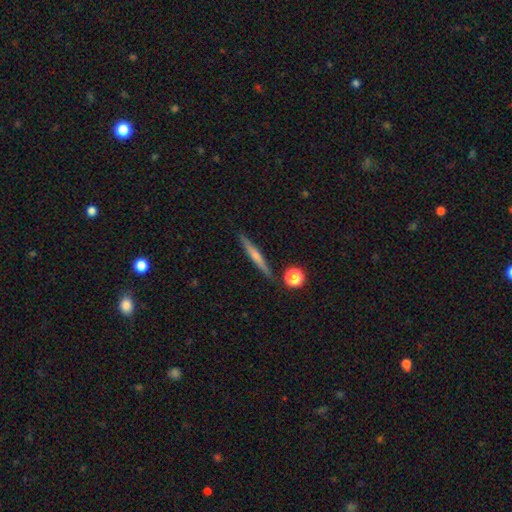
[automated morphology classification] Overall: smooth (48%; featured or disk 44%). Merging: none (88%).